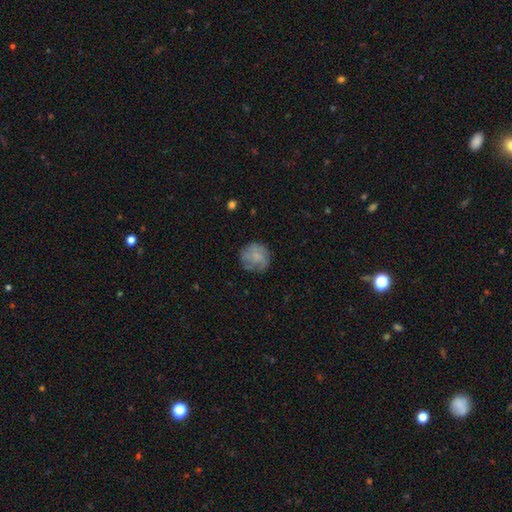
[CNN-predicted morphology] A smooth galaxy with no disk features (60%) that is round (89%). Merging: none (70%).